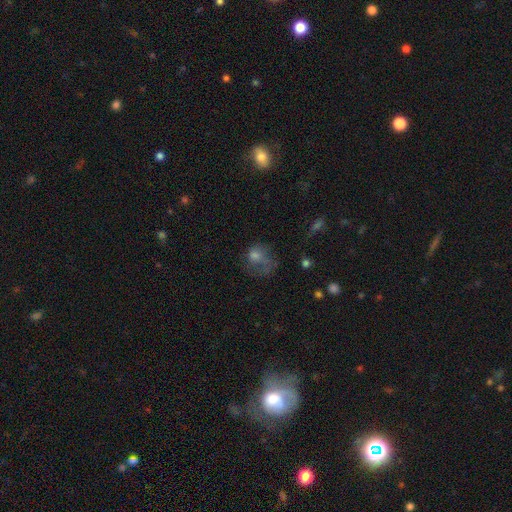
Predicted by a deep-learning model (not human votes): A smooth galaxy with no disk features (56%) that is round (57%). Merging: major disturbance (44%).